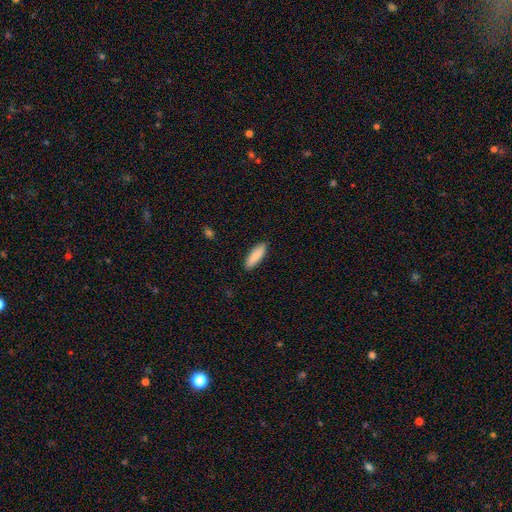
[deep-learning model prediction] Smooth or featured?
  - smooth: 85% *
  - featured or disk: 9%
  - star or artifact: 6%
How rounded?
  - in between: 53% *
  - cigar-shaped: 45%
  - round: 2%
Merging?
  - none: 89% *
  - minor disturbance: 8%
  - major disturbance: 2%
  - merger: 1%